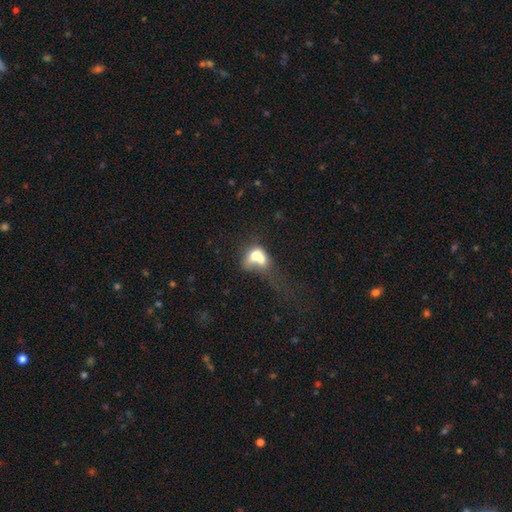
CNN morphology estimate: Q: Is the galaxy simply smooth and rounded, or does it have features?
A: smooth — 64%.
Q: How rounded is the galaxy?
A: in between — 65%.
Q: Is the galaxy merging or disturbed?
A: merger — 71%.